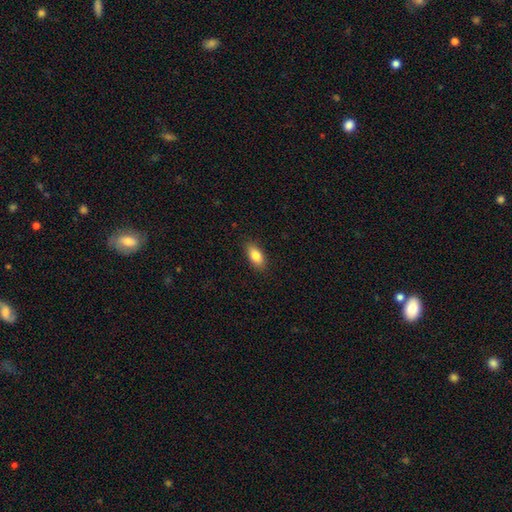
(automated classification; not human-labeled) smooth 84%, featured or disk 9%, star or artifact 7%. Down the decision tree: how rounded — in between (89%); merging — none (87%).